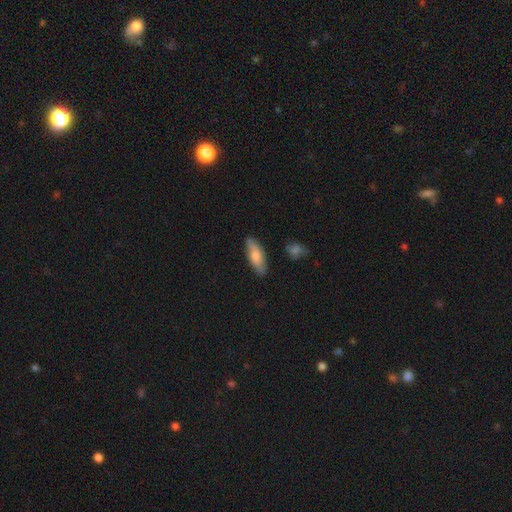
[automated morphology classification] Q: Smooth or featured?
A: smooth (71%); runner-up: featured or disk (23%)
Q: How rounded?
A: in between (69%); runner-up: cigar-shaped (29%)
Q: Merging?
A: none (81%); runner-up: minor disturbance (14%)